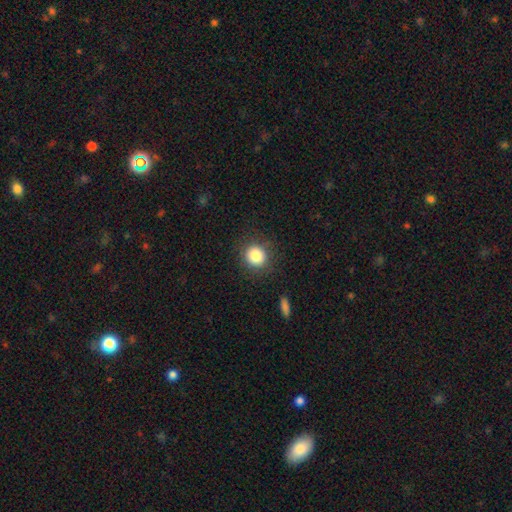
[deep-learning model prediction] Q: Smooth or featured?
A: smooth (84%); runner-up: star or artifact (10%)
Q: How rounded?
A: round (91%); runner-up: in between (8%)
Q: Merging?
A: none (87%); runner-up: minor disturbance (8%)